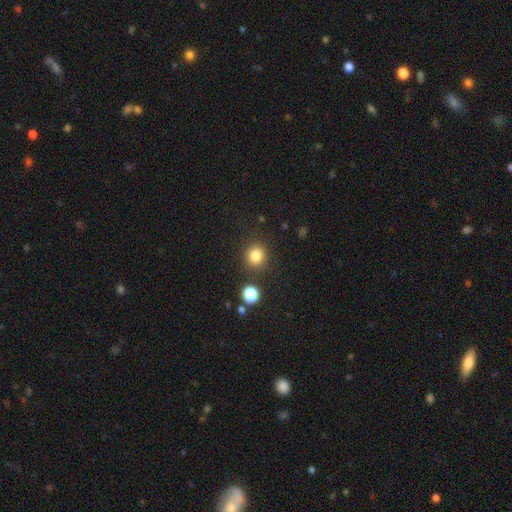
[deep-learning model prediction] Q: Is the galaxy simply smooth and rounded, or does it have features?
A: smooth — 82%.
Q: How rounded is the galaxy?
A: round — 89%.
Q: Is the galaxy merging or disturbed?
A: none — 87%.